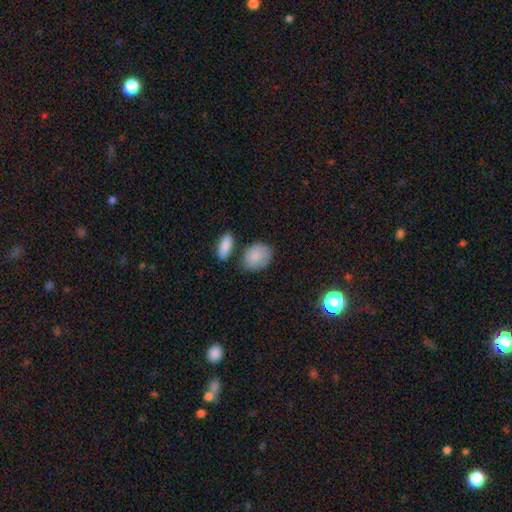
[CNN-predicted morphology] Smooth or featured? smooth (86%)
How rounded? in between (66%)
Merging? none (65%)